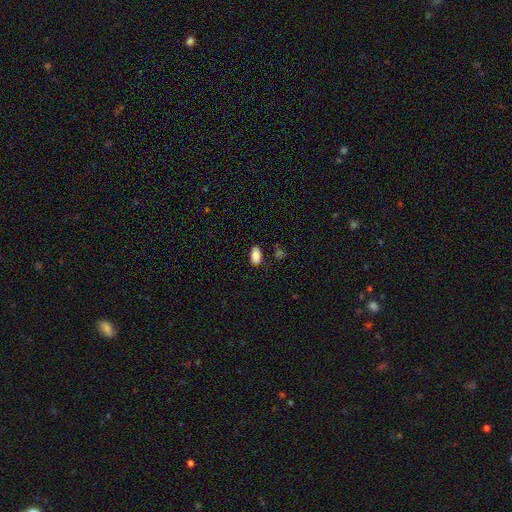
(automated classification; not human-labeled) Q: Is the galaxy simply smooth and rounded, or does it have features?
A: smooth — 87%.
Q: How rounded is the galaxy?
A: in between — 93%.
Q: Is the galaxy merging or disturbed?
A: none — 82%.